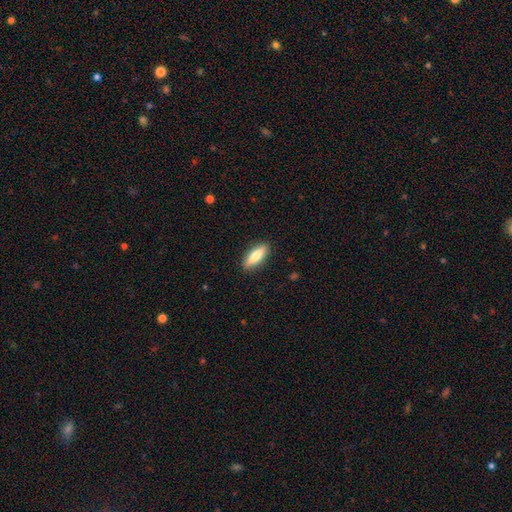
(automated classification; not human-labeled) Morphology: type=smooth (65%); roundness=in between (50%); merging=none (89%).